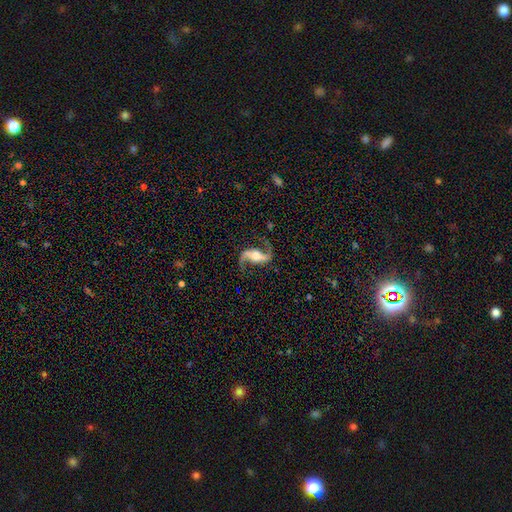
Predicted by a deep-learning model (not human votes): A featured or disk galaxy (90%) with a strong bar (43%), 2 (94%) loose (74%) spiral arms (97%) and a moderate central bulge (50%).

Vote fractions:
- Smooth or featured? featured or disk: 90% / star or artifact: 5% / smooth: 5%
- Edge-on disk? no: 95% / yes: 5%
- Bar? strong: 43% / weak: 31% / no: 26%
- Spiral arms? yes: 97% / no: 3%
- Spiral winding? loose: 74% / medium: 22% / tight: 4%
- Spiral arm count? 2: 94% / 1: 2% / can't tell: 1% / 3: 1% / 4: 1% / more than 4: 1%
- Bulge size? moderate: 50% / large: 22% / small: 20% / none: 5% / dominant: 3%
- Merging? none: 79% / minor disturbance: 12% / major disturbance: 8% / merger: 2%